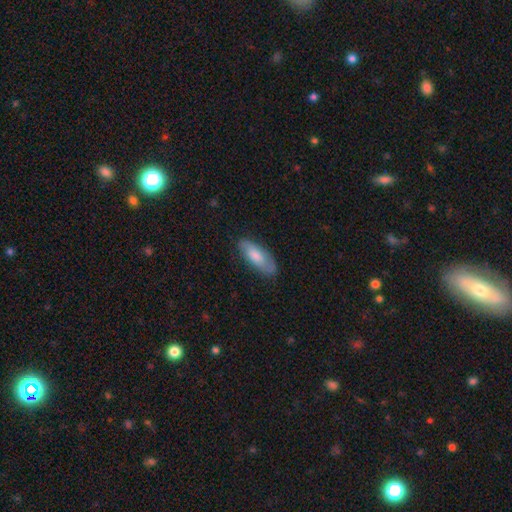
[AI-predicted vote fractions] Morphology: type=smooth (66%); roundness=in between (74%); merging=none (78%).